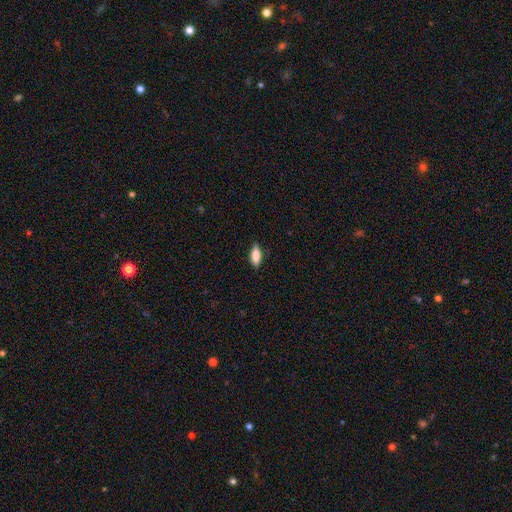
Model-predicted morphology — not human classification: This appears to be a smooth galaxy with no disk features (79%) that is in between round and cigar-shaped (72%). Merging: none (86%).